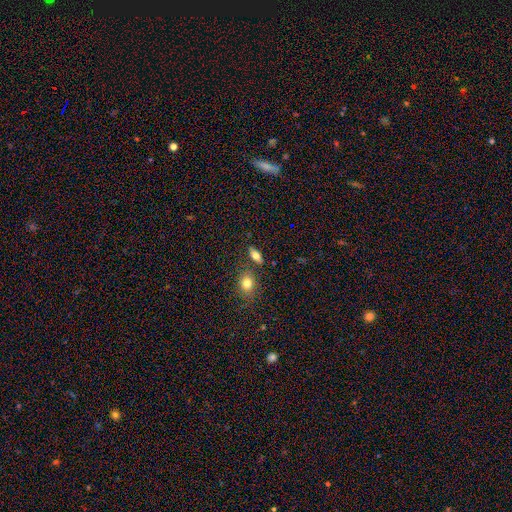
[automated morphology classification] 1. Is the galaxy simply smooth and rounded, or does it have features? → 74% smooth, 16% featured or disk, 10% star or artifact.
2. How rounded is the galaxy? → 80% in between, 12% cigar-shaped, 8% round.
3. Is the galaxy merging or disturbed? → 77% none, 11% minor disturbance, 9% merger, 3% major disturbance.